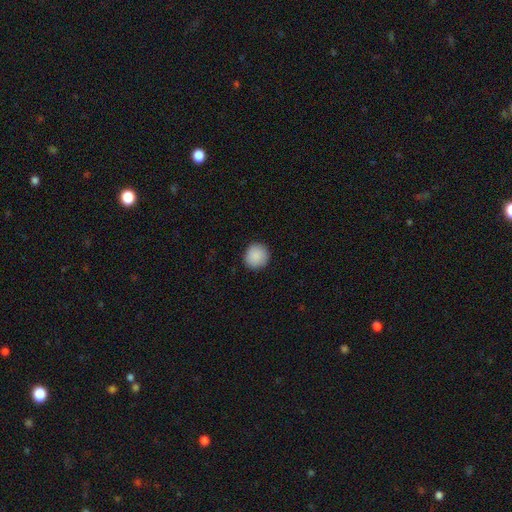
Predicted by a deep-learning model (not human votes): A smooth galaxy with no disk features (90%) that is round (93%). Merging: none (91%).